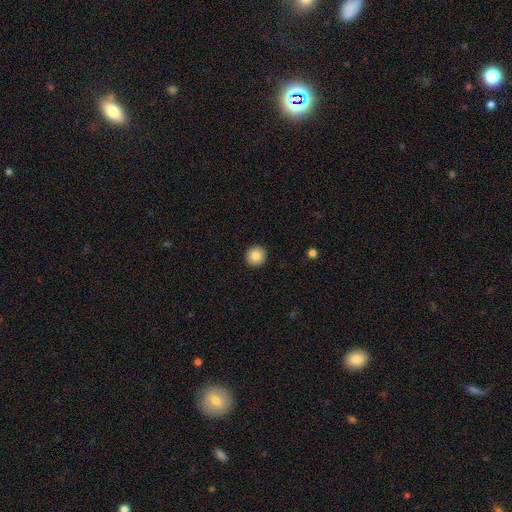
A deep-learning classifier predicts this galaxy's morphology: Smooth or featured? smooth (84%)
How rounded? round (94%)
Merging? none (93%)